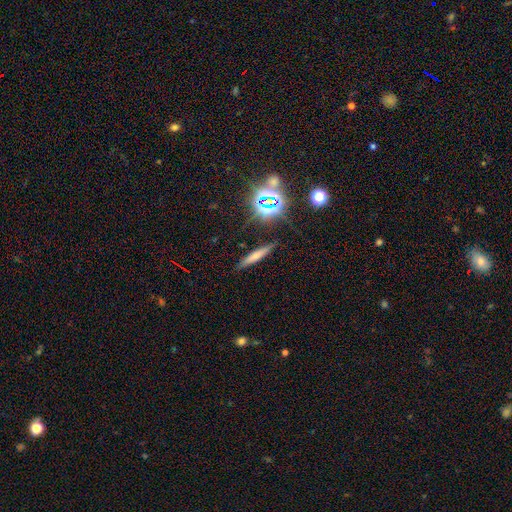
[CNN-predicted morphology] smooth_or_featured: smooth (p=0.58) [alt: featured or disk p=0.23]
how_rounded: cigar-shaped (p=0.88) [alt: in between p=0.09]
merging: none (p=0.84) [alt: minor disturbance p=0.11]